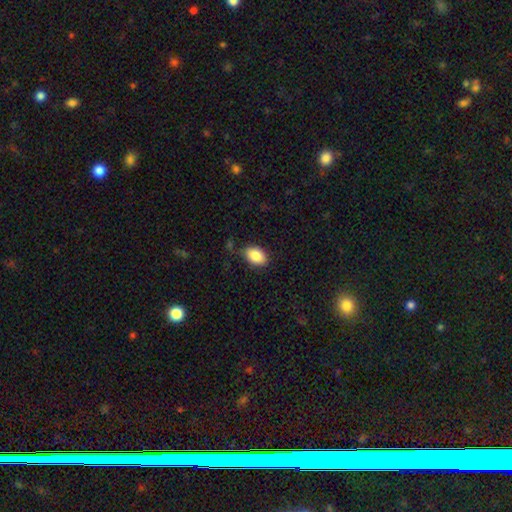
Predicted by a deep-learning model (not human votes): Morphology: type=smooth (85%); roundness=in between (87%); merging=none (81%).